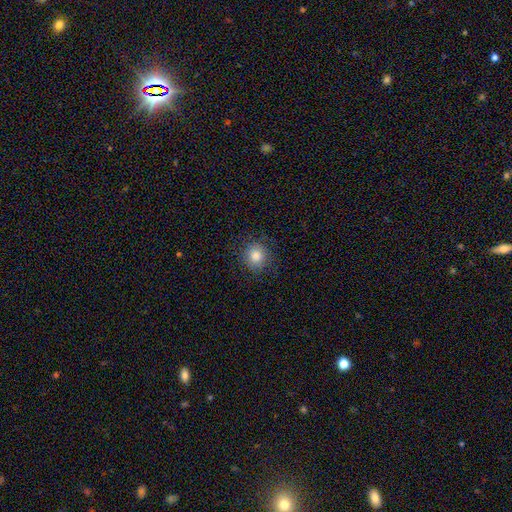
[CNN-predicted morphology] The model was most divided on "smooth or featured": smooth: 83%, star or artifact: 11%, featured or disk: 6%. More confident: how rounded — round (90%); merging — none (86%).